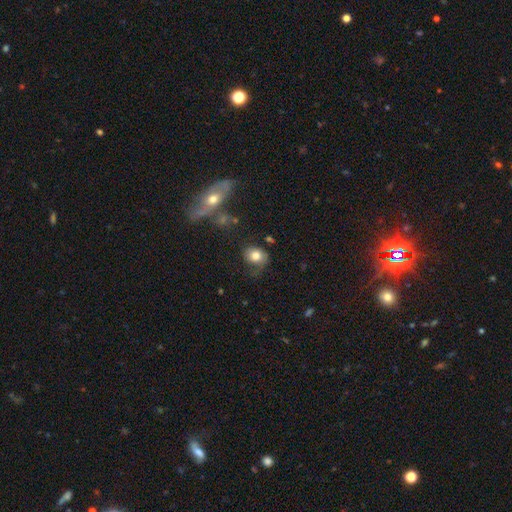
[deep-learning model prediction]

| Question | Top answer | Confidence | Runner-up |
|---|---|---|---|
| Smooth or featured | smooth | 77% | featured or disk (14%) |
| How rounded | round | 56% | in between (43%) |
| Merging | none | 53% | minor disturbance (26%) |